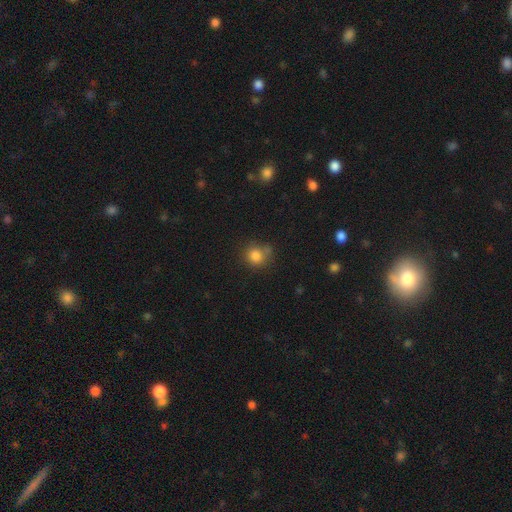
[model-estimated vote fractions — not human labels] smooth_or_featured: smooth (p=0.82) [alt: star or artifact p=0.11]
how_rounded: round (p=0.86) [alt: in between p=0.13]
merging: none (p=0.63) [alt: minor disturbance p=0.19]